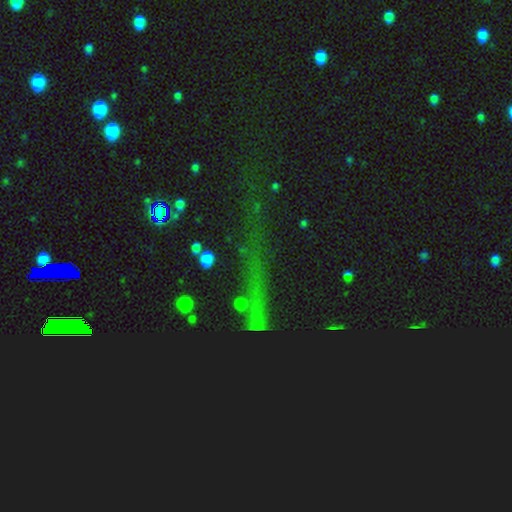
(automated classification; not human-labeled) This appears to be a star or artifact, not a galaxy (66%).